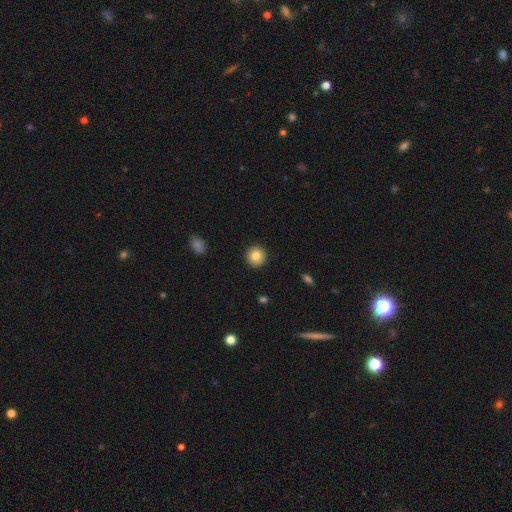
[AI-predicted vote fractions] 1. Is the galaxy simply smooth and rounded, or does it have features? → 84% smooth, 9% star or artifact, 7% featured or disk.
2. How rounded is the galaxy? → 94% round, 5% in between, 1% cigar-shaped.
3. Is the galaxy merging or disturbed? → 92% none, 5% minor disturbance, 2% major disturbance, 1% merger.